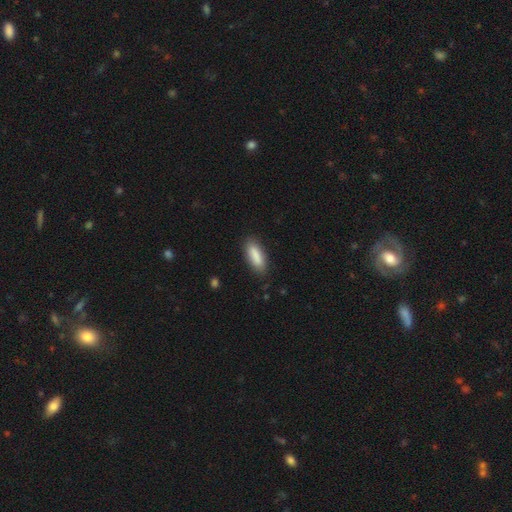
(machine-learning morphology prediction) This appears to be a smooth galaxy with no disk features (87%) that is in between round and cigar-shaped (62%). Merging: none (84%).